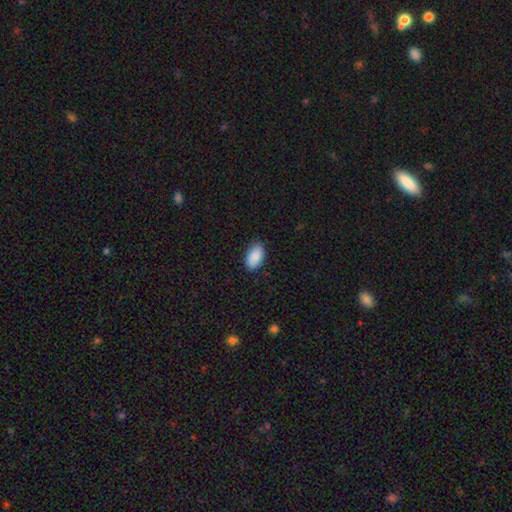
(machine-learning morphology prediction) Smooth or featured? smooth (90%)
How rounded? in between (95%)
Merging? none (86%)